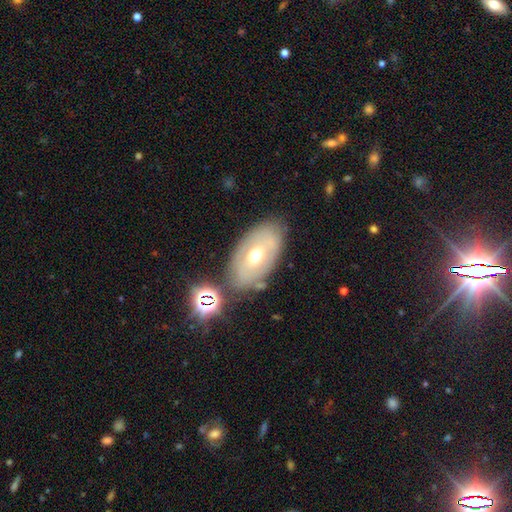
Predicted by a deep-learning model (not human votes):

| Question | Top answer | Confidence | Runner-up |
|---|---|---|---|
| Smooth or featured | featured or disk | 52% | smooth (37%) |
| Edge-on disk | no | 88% | yes (12%) |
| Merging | none | 70% | minor disturbance (16%) |